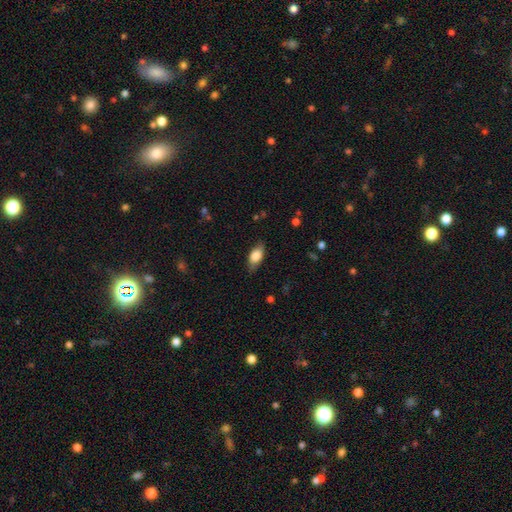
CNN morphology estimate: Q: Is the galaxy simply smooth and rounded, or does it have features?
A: smooth — 79%.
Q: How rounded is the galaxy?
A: in between — 89%.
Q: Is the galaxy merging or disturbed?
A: none — 79%.